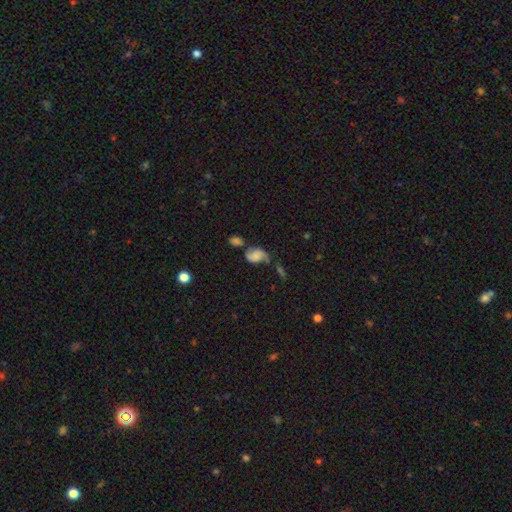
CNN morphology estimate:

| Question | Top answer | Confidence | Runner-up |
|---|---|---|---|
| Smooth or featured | featured or disk | 57% | smooth (32%) |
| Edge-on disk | no | 97% | yes (3%) |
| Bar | no | 65% | weak (28%) |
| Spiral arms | yes | 88% | no (12%) |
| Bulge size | none | 55% | small (20%) |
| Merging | none | 35% | merger (28%) |